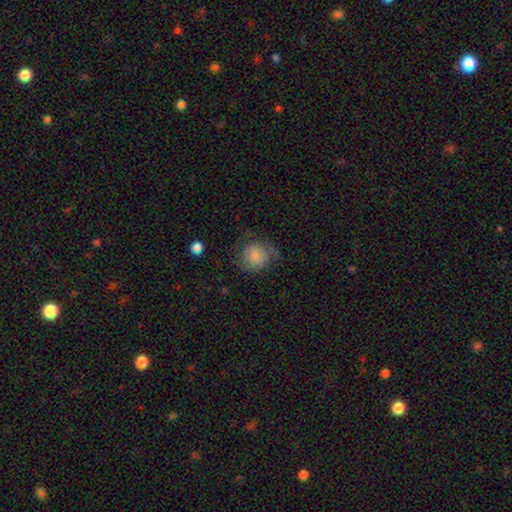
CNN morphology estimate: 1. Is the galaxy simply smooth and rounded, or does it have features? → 64% smooth, 28% featured or disk, 8% star or artifact.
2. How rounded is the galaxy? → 82% round, 17% in between, 1% cigar-shaped.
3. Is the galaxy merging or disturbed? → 53% none, 27% minor disturbance, 19% major disturbance, 2% merger.